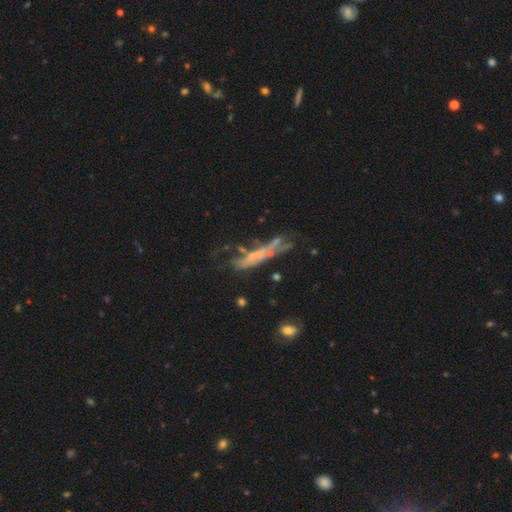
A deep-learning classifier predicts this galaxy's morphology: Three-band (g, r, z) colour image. It shows a featured or disk galaxy (55%). Merging: none (33%).